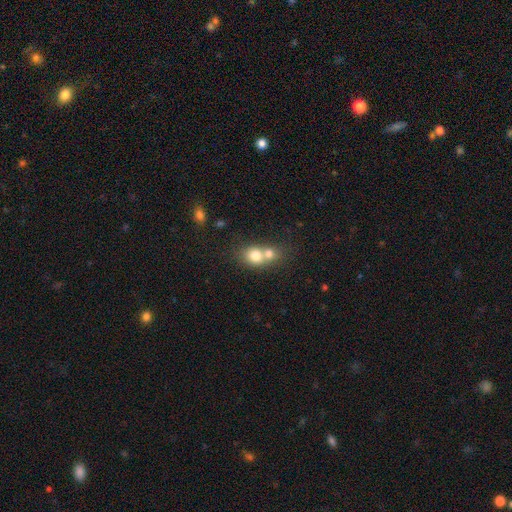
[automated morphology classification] Smooth or featured? smooth (73%)
How rounded? round (62%)
Merging? merger (68%)